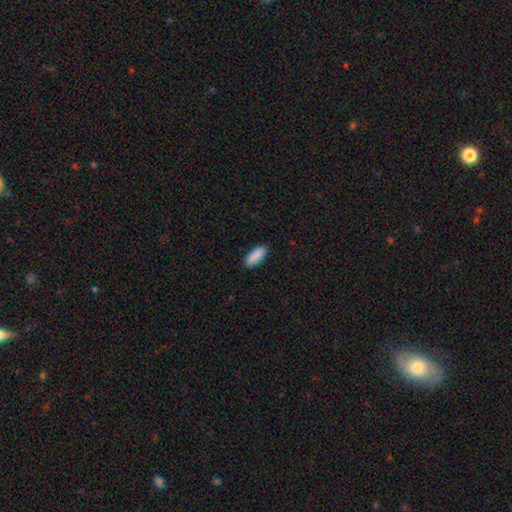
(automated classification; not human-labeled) The model was most divided on "how rounded": in between: 73%, cigar-shaped: 25%, round: 2%. More confident: smooth or featured — smooth (91%); merging — none (90%).